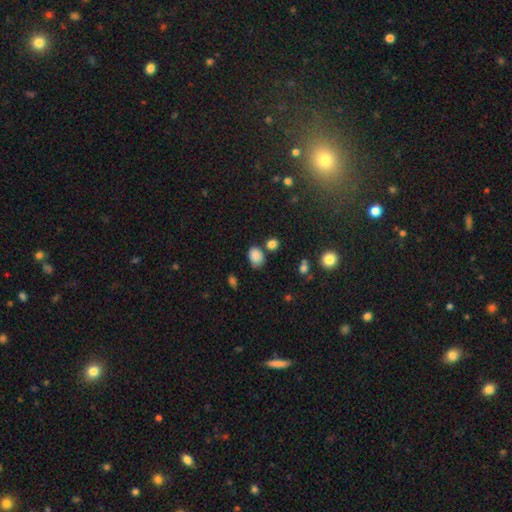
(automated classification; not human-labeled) smooth_or_featured: smooth (p=0.84) [alt: star or artifact p=0.11]
how_rounded: in between (p=0.70) [alt: round p=0.29]
merging: none (p=0.65) [alt: minor disturbance p=0.20]